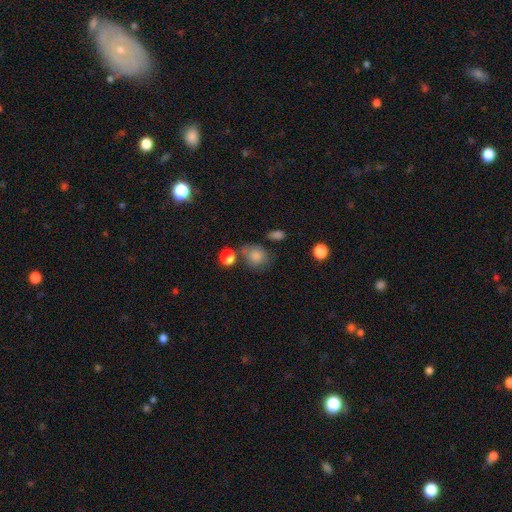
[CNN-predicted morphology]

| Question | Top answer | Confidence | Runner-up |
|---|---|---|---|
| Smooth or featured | smooth | 81% | star or artifact (10%) |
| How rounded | round | 62% | in between (37%) |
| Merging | none | 57% | minor disturbance (22%) |